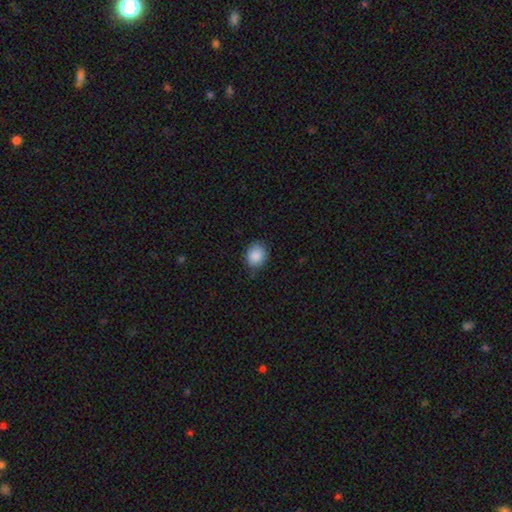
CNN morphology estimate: smooth_or_featured: smooth (p=0.88) [alt: star or artifact p=0.08]
how_rounded: round (p=0.59) [alt: in between p=0.40]
merging: none (p=0.76) [alt: minor disturbance p=0.20]